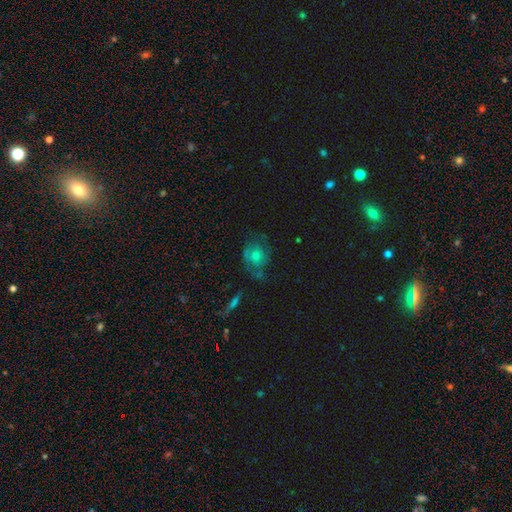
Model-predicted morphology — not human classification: Q: Smooth or featured?
A: featured or disk (47%); runner-up: smooth (38%)
Q: Merging?
A: none (51%); runner-up: minor disturbance (24%)